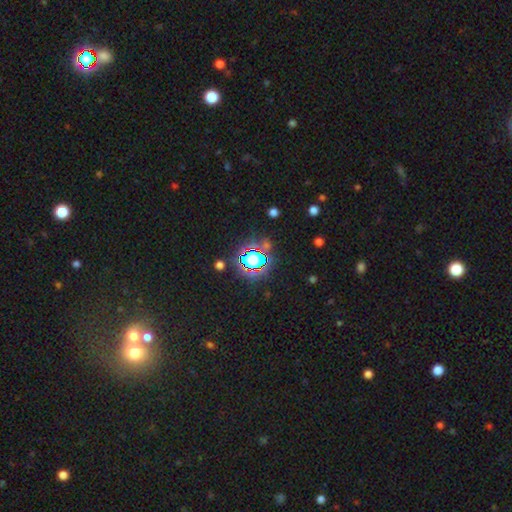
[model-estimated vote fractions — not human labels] Smooth or featured?
  - star or artifact: 76% *
  - smooth: 15%
  - featured or disk: 9%